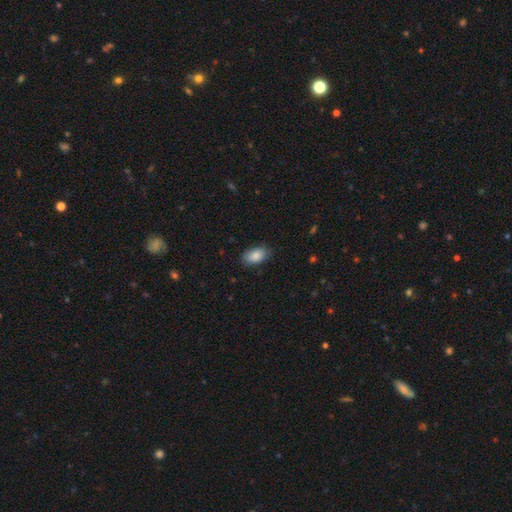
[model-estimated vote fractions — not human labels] Smooth or featured? smooth (87%)
How rounded? in between (93%)
Merging? none (84%)